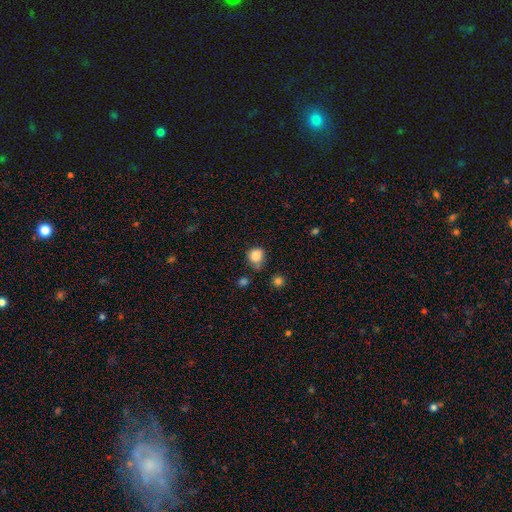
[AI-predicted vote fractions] smooth_or_featured: smooth (p=0.84) [alt: star or artifact p=0.10]
how_rounded: round (p=0.77) [alt: in between p=0.22]
merging: none (p=0.56) [alt: minor disturbance p=0.29]